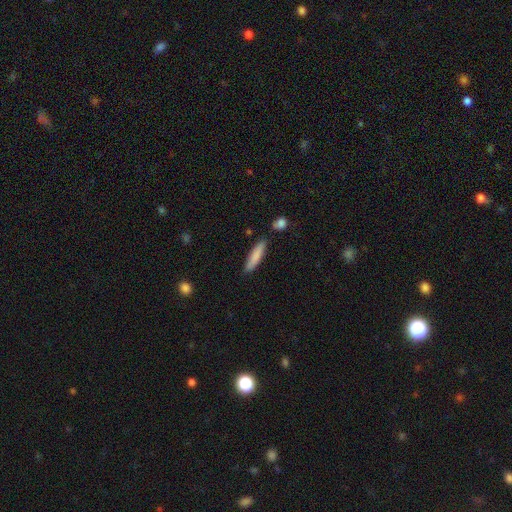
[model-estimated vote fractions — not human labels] Overall: smooth (82%). How rounded: cigar-shaped (81%). Merging: none (83%).